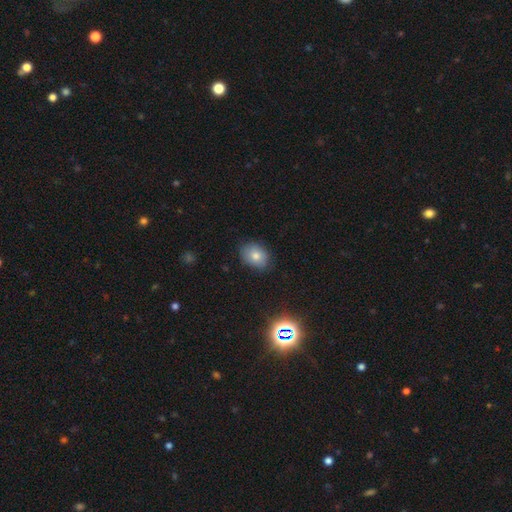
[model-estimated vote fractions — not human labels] Morphology: type=smooth (76%); roundness=in between (62%); merging=none (83%).